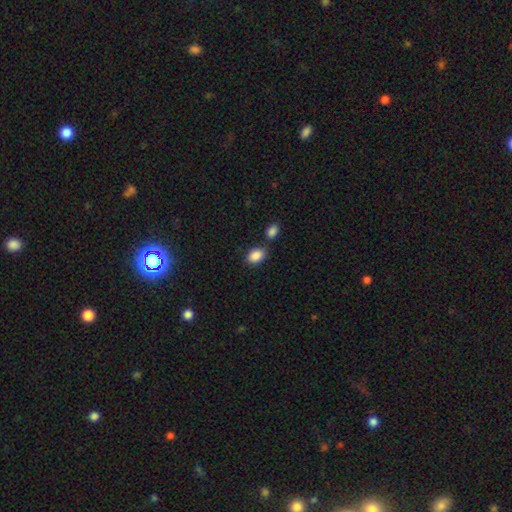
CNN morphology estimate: The model was most divided on "merging": none: 68%, merger: 16%, minor disturbance: 13%, major disturbance: 4%. More confident: smooth or featured — smooth (88%); how rounded — in between (84%).